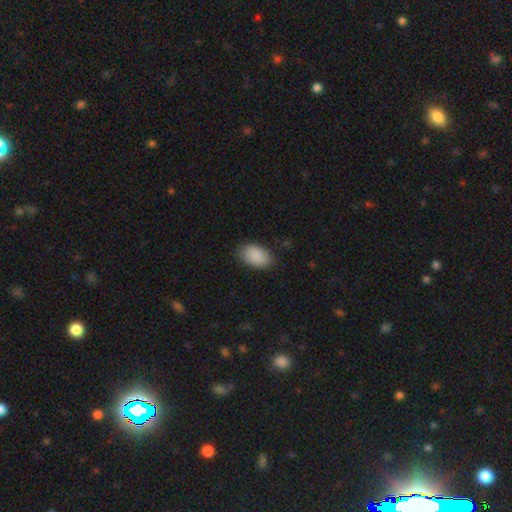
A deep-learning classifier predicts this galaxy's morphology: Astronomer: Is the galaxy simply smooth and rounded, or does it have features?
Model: smooth — 90%.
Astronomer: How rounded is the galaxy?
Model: in between — 93%.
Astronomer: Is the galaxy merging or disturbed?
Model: none — 83%.